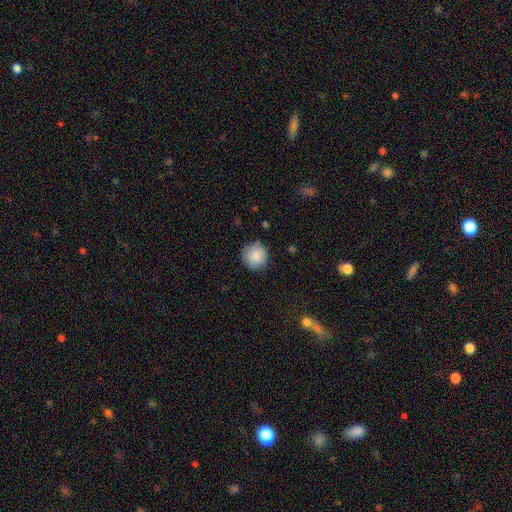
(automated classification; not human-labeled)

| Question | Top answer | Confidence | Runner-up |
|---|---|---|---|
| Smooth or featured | smooth | 86% | star or artifact (8%) |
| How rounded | round | 94% | in between (5%) |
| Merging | none | 85% | minor disturbance (12%) |